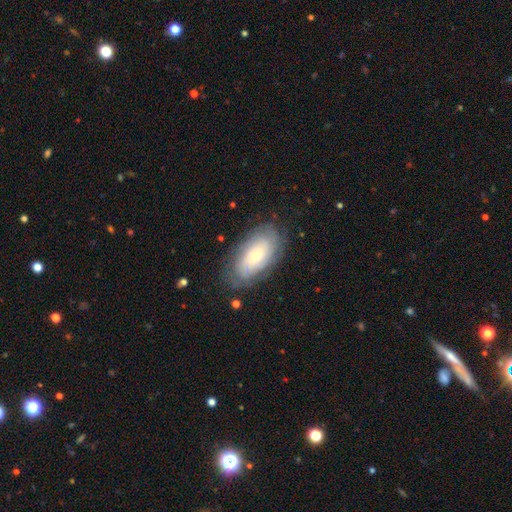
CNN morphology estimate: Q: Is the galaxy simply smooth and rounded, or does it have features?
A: featured or disk — 51%.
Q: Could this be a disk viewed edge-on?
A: no — 91%.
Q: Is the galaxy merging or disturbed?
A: none — 78%.